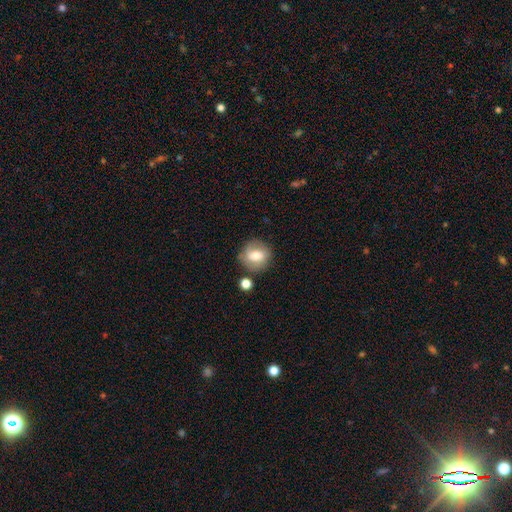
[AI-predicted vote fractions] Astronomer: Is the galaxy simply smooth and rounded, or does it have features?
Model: smooth — 67%.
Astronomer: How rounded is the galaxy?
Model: round — 81%.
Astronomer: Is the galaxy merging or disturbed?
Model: none — 73%.